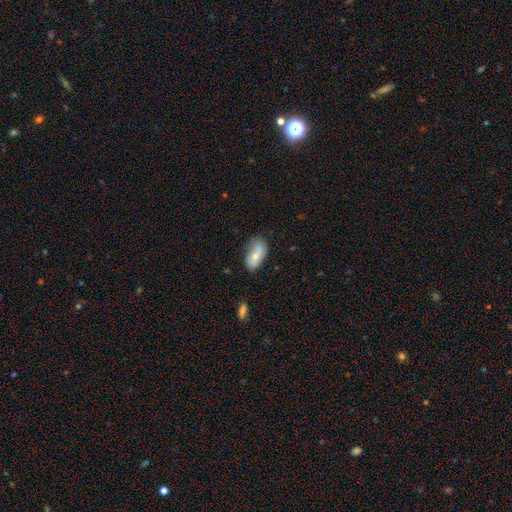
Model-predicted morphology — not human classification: The model was most divided on "smooth or featured": smooth: 57%, featured or disk: 36%, star or artifact: 7%. More confident: how rounded — in between (91%); merging — none (59%).